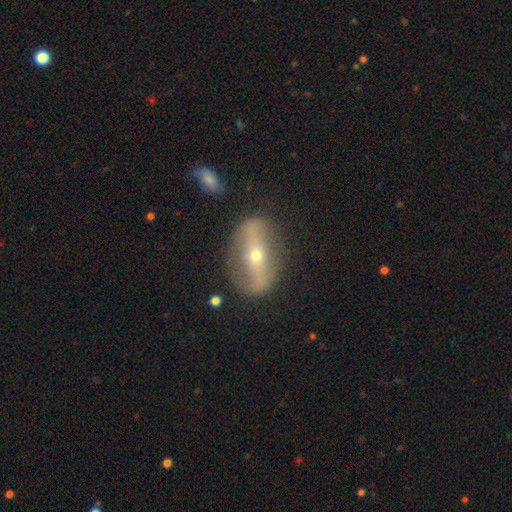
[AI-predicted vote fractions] featured or disk 75%, smooth 18%, star or artifact 7%. Down the decision tree: edge-on disk — no (75%); bar — strong (69%); spiral arms — no (58%); bulge size — small (62%); merging — none (79%).